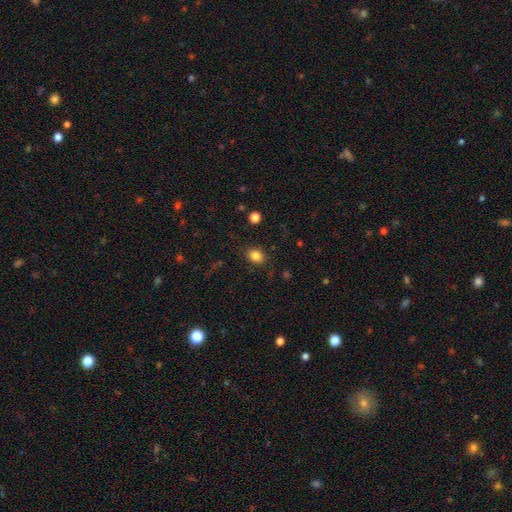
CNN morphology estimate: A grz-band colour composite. It shows a smooth galaxy with no disk features (83%) that is round (54%). Merging: none (85%).